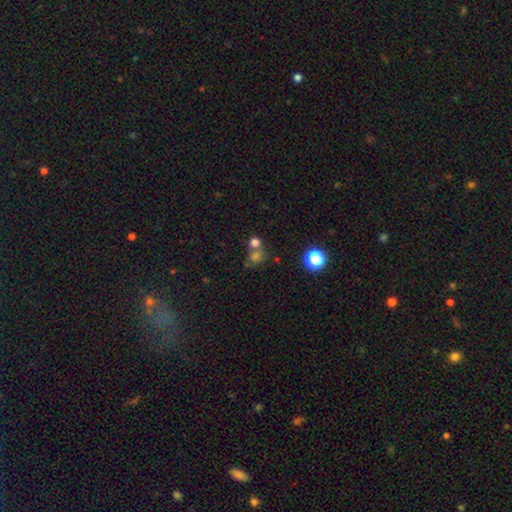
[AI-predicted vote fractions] smooth 63%, star or artifact 27%, featured or disk 11%. Down the decision tree: how rounded — round (79%); merging — none (51%).